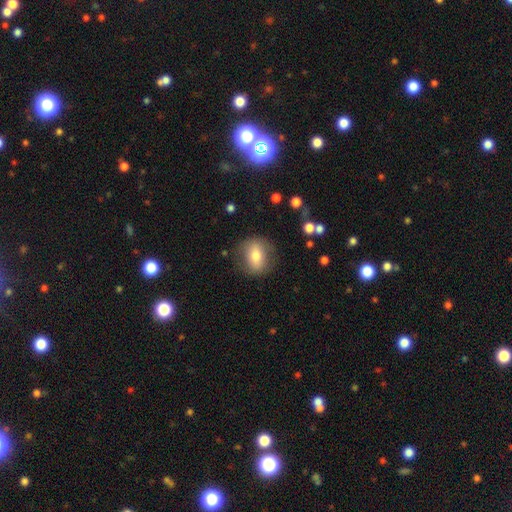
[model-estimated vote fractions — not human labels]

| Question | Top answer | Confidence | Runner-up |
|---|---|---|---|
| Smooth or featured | smooth | 68% | featured or disk (24%) |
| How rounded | round | 58% | in between (41%) |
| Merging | none | 79% | minor disturbance (14%) |